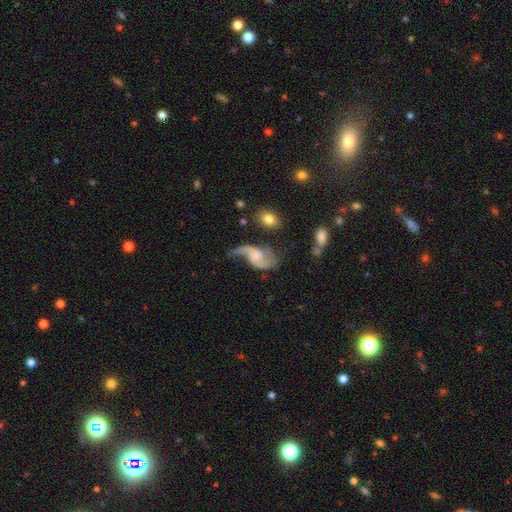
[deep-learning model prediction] Smooth or featured? featured or disk (83%)
Edge-on disk? no (97%)
Bar? no (60%)
Spiral arms? yes (94%)
Spiral winding? loose (69%)
Spiral arm count? 2 (84%)
Bulge size? small (38%, tied with none)
Merging? none (39%)